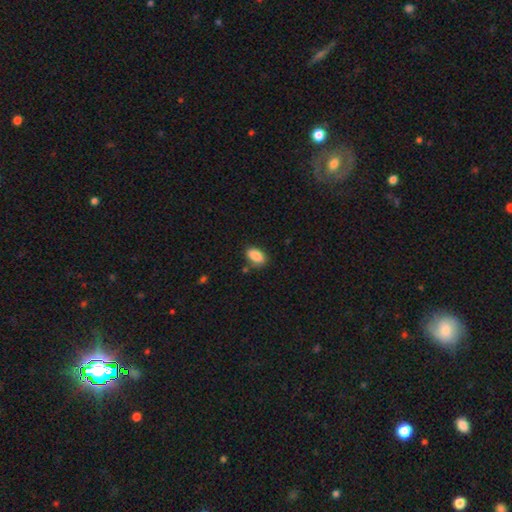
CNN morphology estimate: Smooth or featured: smooth — 88% (star or artifact — 8%)
How rounded: in between — 91% (round — 7%)
Merging: none — 78% (minor disturbance — 15%)